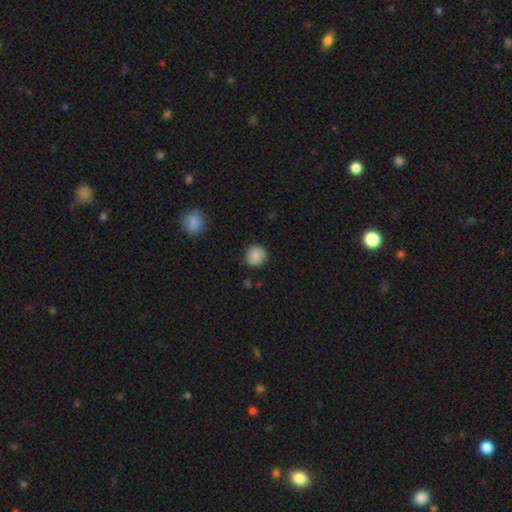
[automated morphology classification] Smooth or featured? smooth (82%)
How rounded? round (89%)
Merging? none (84%)